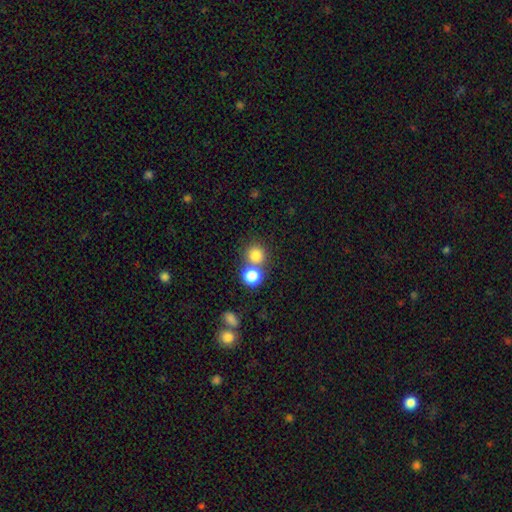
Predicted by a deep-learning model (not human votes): Q: Smooth or featured?
A: smooth (79%); runner-up: star or artifact (14%)
Q: How rounded?
A: round (90%); runner-up: in between (9%)
Q: Merging?
A: none (59%); runner-up: merger (32%)